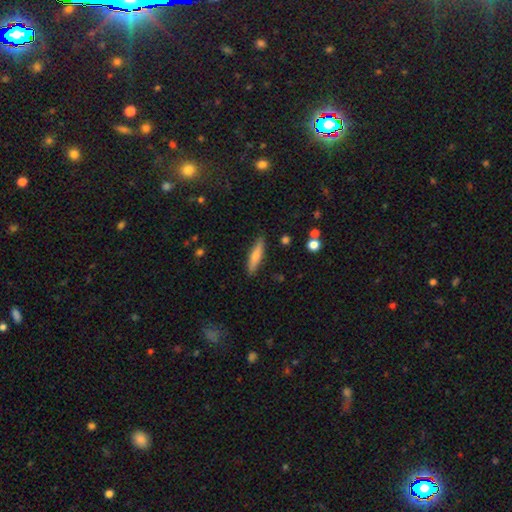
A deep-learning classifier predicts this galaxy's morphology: smooth 59%, featured or disk 34%, star or artifact 7%. Down the decision tree: how rounded — cigar-shaped (80%); merging — none (88%).